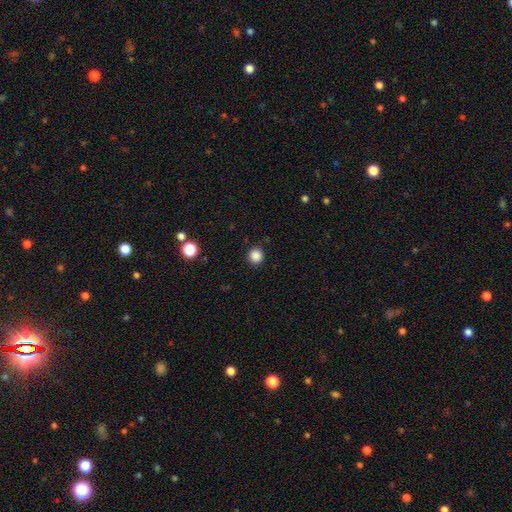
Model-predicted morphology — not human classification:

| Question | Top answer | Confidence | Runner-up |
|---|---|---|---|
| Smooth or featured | smooth | 86% | star or artifact (11%) |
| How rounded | round | 92% | in between (7%) |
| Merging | none | 91% | minor disturbance (6%) |